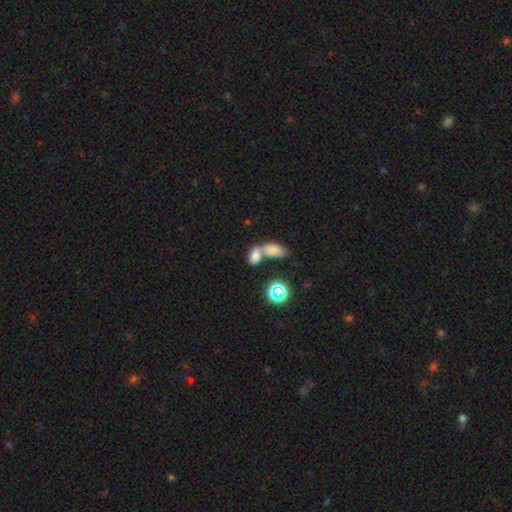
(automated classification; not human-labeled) Overall: smooth (76%). How rounded: in between (88%). Merging: merger (59%; none 28%).